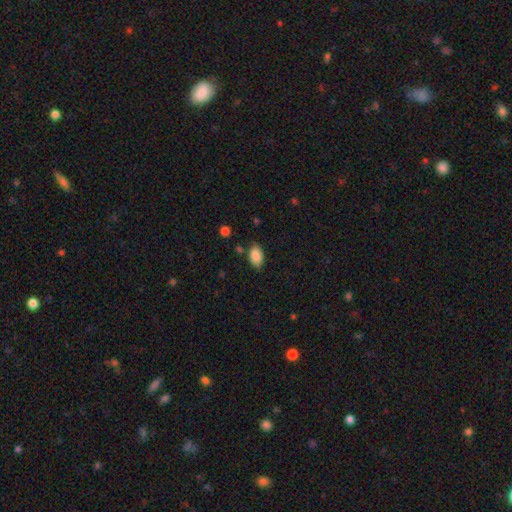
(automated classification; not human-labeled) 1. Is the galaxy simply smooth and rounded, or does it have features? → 88% smooth, 8% star or artifact, 5% featured or disk.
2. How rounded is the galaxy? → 92% in between, 7% round, 2% cigar-shaped.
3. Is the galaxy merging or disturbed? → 80% none, 14% minor disturbance, 3% major disturbance, 3% merger.